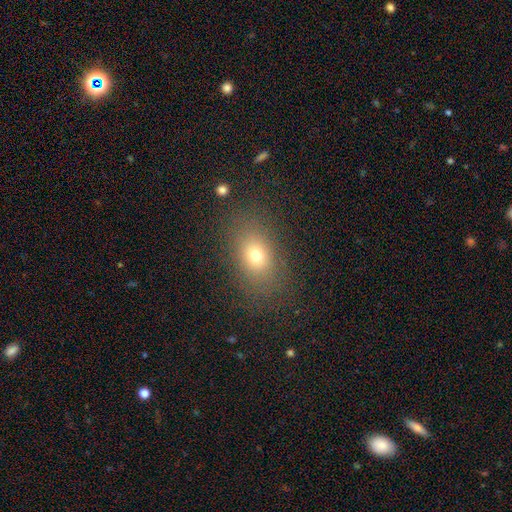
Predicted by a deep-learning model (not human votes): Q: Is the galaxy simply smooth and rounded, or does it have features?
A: smooth — 72%.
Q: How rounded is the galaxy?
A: in between — 74%.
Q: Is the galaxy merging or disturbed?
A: none — 83%.